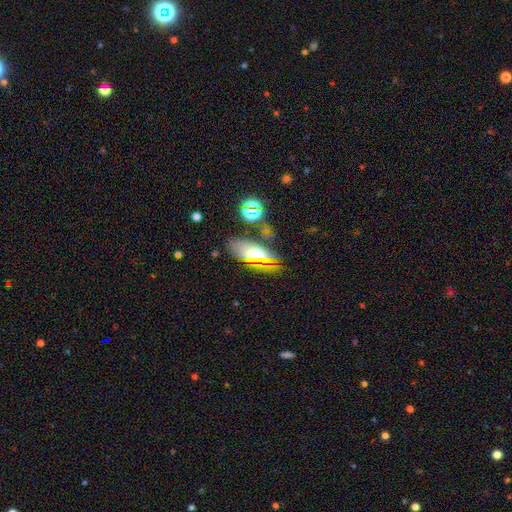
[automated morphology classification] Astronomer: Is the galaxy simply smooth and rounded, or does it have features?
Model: smooth — 52% (runner-up: featured or disk, 30%).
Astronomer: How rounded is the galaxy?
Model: in between — 79%.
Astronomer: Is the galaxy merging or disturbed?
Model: none — 77%.